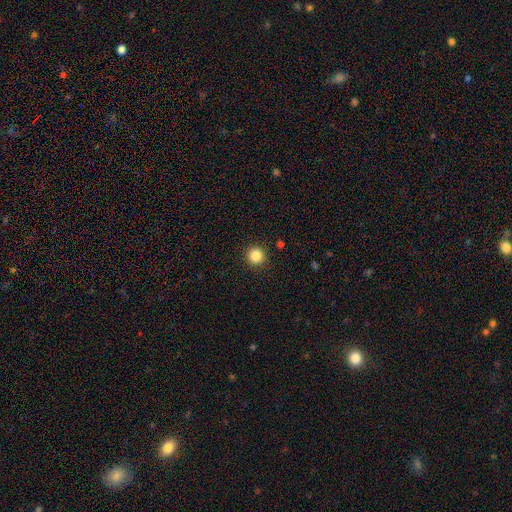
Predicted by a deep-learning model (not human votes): smooth-or-featured: smooth: 85% | star or artifact: 11% | featured or disk: 4%
  how-rounded: round: 95% | in between: 5% | cigar-shaped: 1%
  merging: none: 92% | minor disturbance: 5% | major disturbance: 2% | merger: 1%